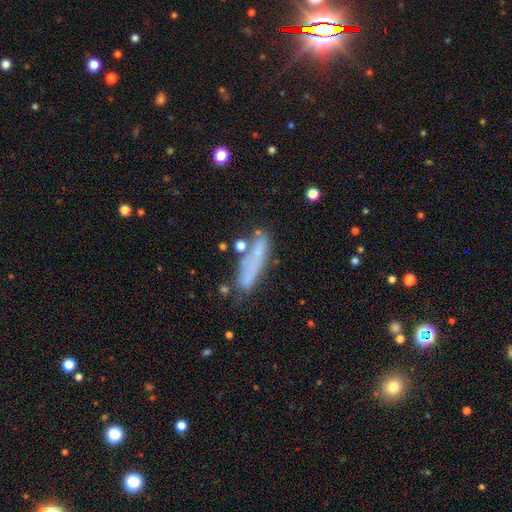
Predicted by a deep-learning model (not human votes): Smooth or featured?
  - smooth: 62% *
  - featured or disk: 28%
  - star or artifact: 10%
How rounded?
  - cigar-shaped: 72% *
  - in between: 26%
  - round: 3%
Merging?
  - none: 54% *
  - minor disturbance: 24%
  - major disturbance: 12%
  - merger: 11%